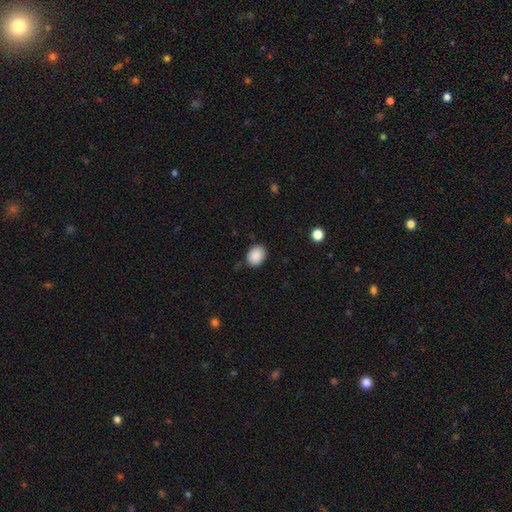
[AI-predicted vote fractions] This is clearly a smooth galaxy (89%). How rounded: likely in between (60%). Merging: clearly none (83%).